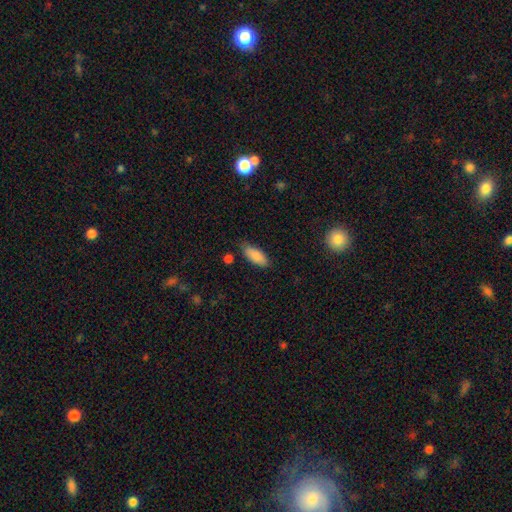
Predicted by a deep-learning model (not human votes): A smooth galaxy with no disk features (86%) that is in between round and cigar-shaped (80%). Merging: none (77%).